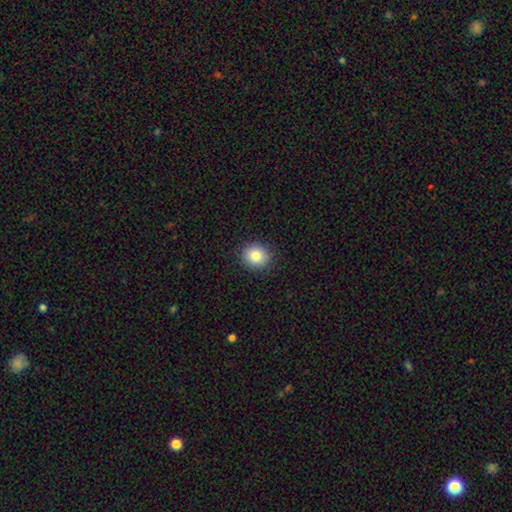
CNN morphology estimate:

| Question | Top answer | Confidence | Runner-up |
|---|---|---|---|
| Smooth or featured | smooth | 82% | star or artifact (10%) |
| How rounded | round | 84% | in between (15%) |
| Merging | none | 90% | minor disturbance (7%) |